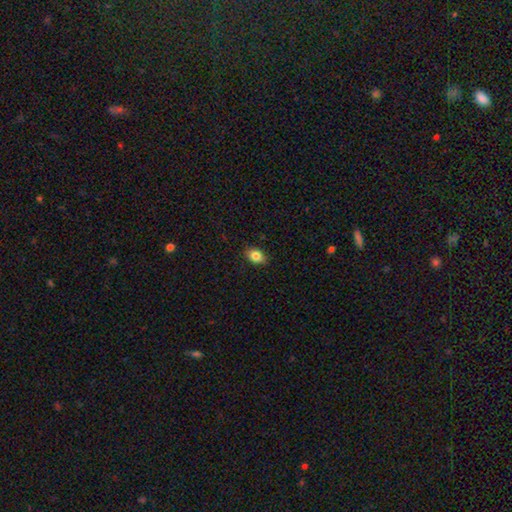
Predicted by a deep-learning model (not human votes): The model was most divided on "how rounded": in between: 76%, round: 22%, cigar-shaped: 2%. More confident: merging — none (86%); smooth or featured — smooth (84%).